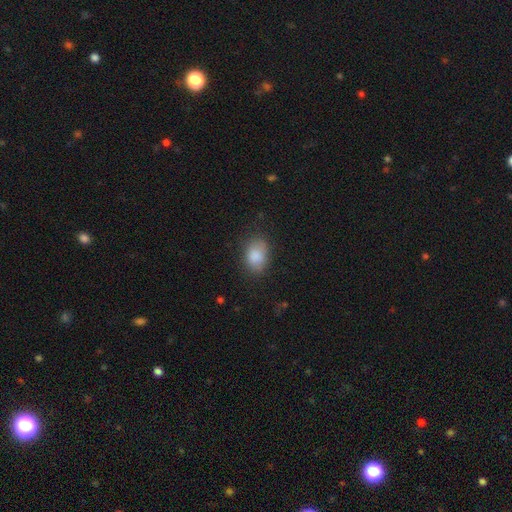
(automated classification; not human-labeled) Q: Smooth or featured?
A: smooth (86%); runner-up: star or artifact (8%)
Q: How rounded?
A: in between (80%); runner-up: round (19%)
Q: Merging?
A: none (73%); runner-up: minor disturbance (20%)